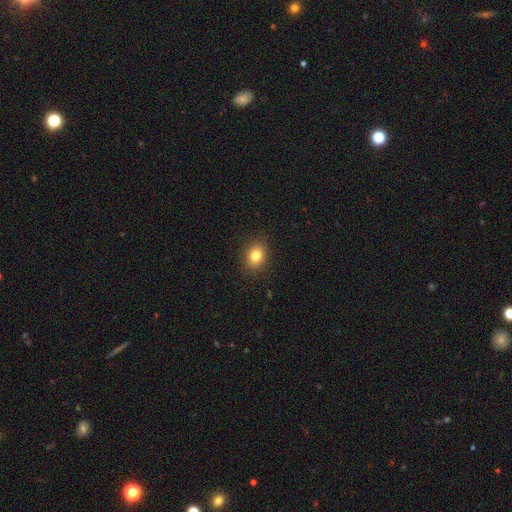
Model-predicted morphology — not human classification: Overall: smooth (82%). How rounded: in between (51%; round 48%). Merging: none (89%).